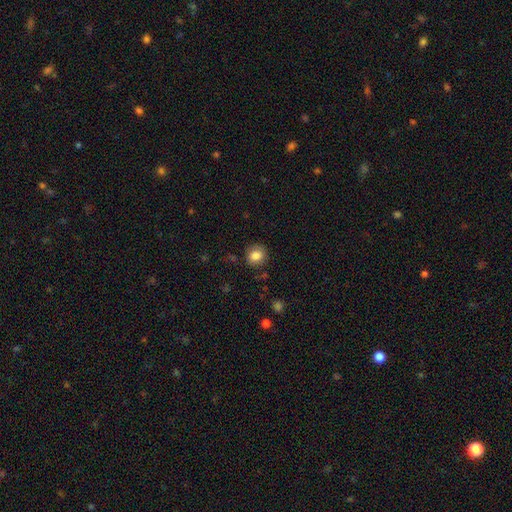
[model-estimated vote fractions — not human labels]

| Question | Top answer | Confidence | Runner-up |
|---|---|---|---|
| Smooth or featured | smooth | 84% | star or artifact (10%) |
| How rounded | round | 83% | in between (17%) |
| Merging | none | 83% | minor disturbance (12%) |